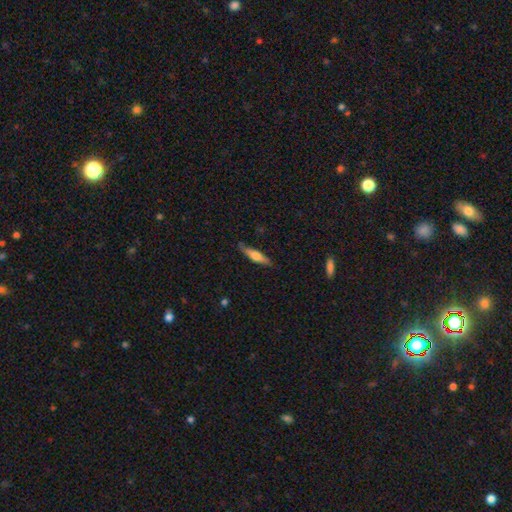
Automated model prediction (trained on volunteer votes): Overall: featured or disk (50%; smooth 44%). Edge-on disk: yes (94%). Merging: none (82%).